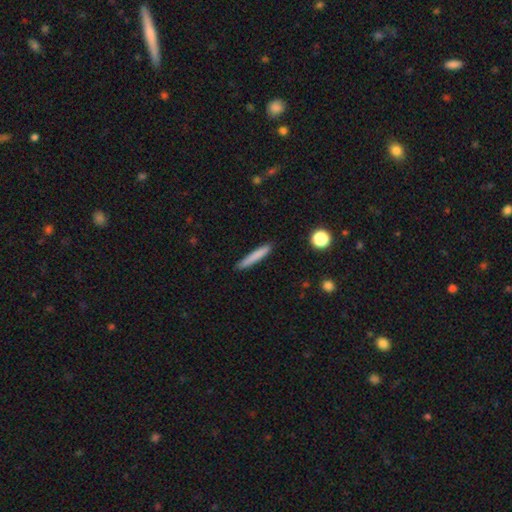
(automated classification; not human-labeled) A smooth galaxy with no disk features (78%) that is cigar-shaped (94%).

Vote fractions:
- Smooth or featured? smooth: 78% / featured or disk: 16% / star or artifact: 7%
- How rounded? cigar-shaped: 94% / in between: 4% / round: 1%
- Merging? none: 87% / minor disturbance: 10% / major disturbance: 2% / merger: 2%